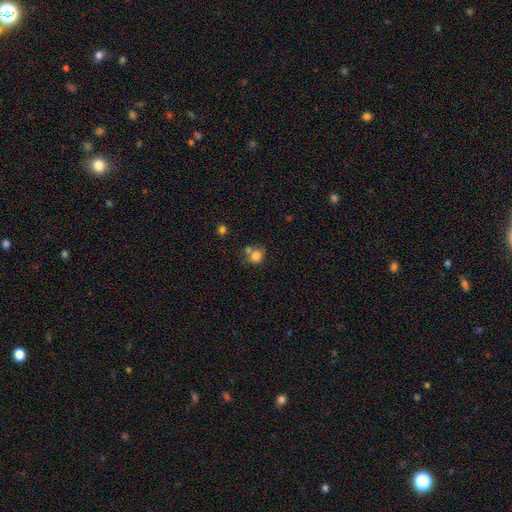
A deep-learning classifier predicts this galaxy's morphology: Smooth or featured? Predicted: smooth (p=0.79). How rounded? Predicted: round (p=0.69). Merging? Predicted: none (p=0.46).